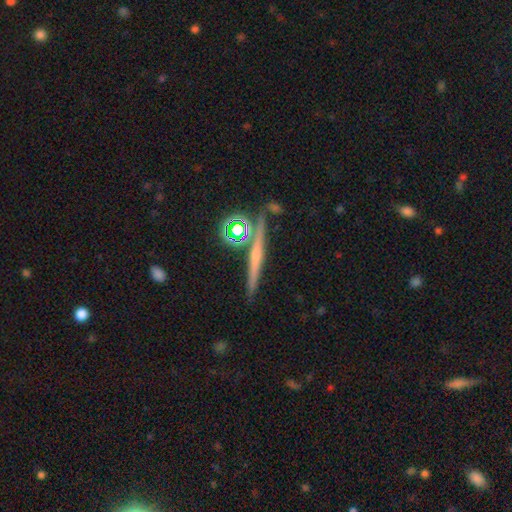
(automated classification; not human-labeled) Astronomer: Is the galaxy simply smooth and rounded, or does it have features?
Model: featured or disk — 51% (runner-up: smooth, 33%).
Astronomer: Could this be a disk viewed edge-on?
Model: yes — 94%.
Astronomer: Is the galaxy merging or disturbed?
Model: none — 82%.